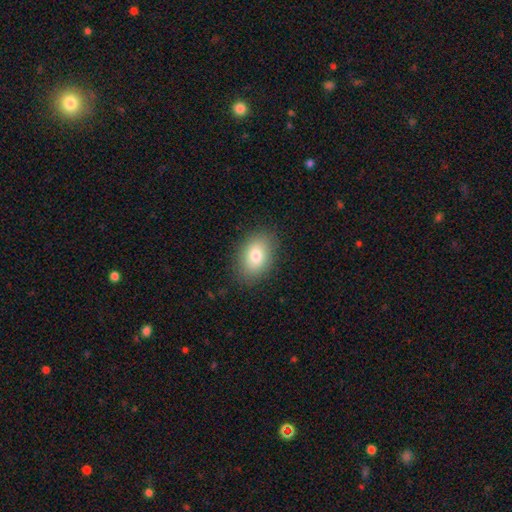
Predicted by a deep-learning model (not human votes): smooth_or_featured: smooth (p=0.79) [alt: featured or disk p=0.12]
how_rounded: in between (p=0.82) [alt: round p=0.17]
merging: none (p=0.86) [alt: minor disturbance p=0.10]